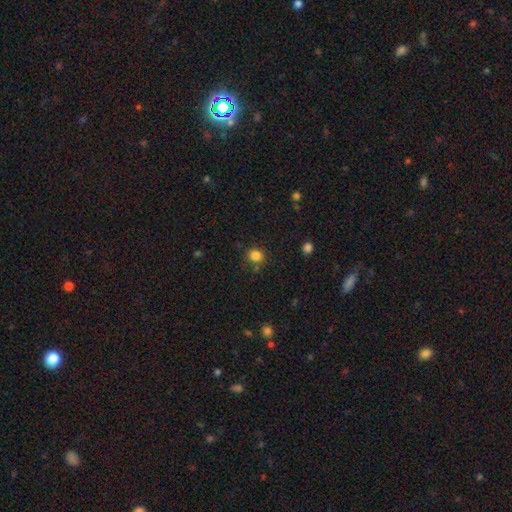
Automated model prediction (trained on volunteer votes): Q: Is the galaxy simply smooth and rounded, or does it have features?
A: smooth — 83%.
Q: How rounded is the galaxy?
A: round — 73%.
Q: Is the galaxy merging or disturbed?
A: none — 77%.